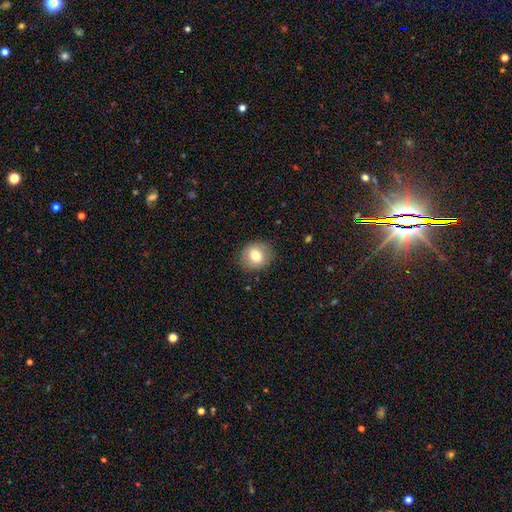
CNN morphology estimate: Smooth or featured? smooth (78%)
How rounded? round (74%)
Merging? none (86%)